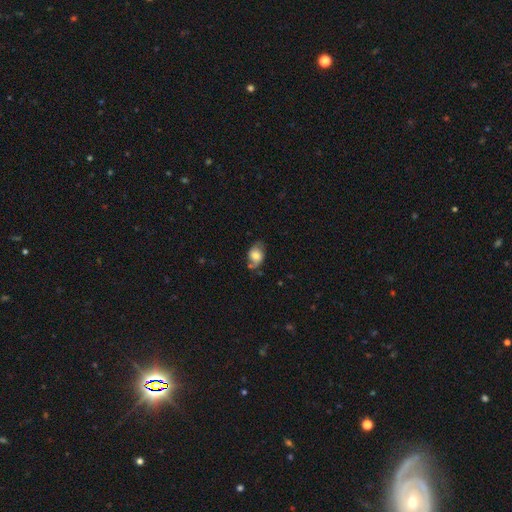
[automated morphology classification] Smooth or featured?
  - smooth: 58% *
  - featured or disk: 34%
  - star or artifact: 8%
How rounded?
  - in between: 78% *
  - round: 21%
  - cigar-shaped: 1%
Merging?
  - none: 59% *
  - minor disturbance: 28%
  - major disturbance: 9%
  - merger: 5%